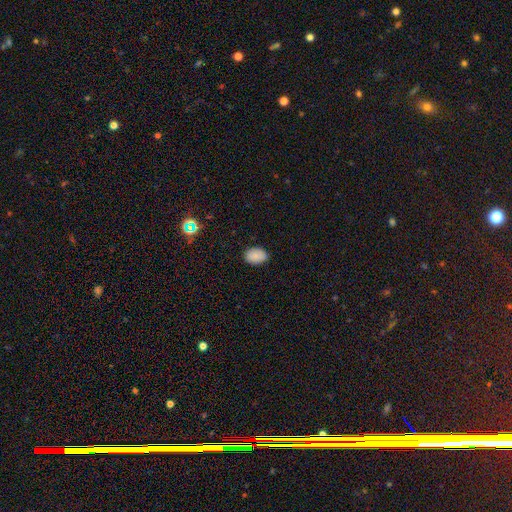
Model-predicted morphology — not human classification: A smooth galaxy with no disk features (87%) that is in between round and cigar-shaped (84%). Merging: none (85%).